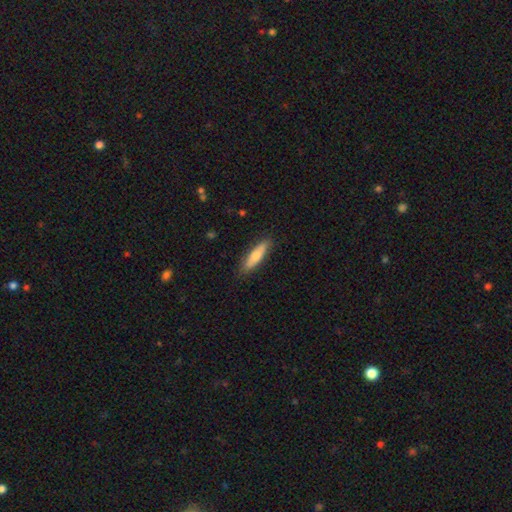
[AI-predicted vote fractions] smooth 64%, featured or disk 30%, star or artifact 6%. Down the decision tree: how rounded — cigar-shaped (71%); merging — none (86%).